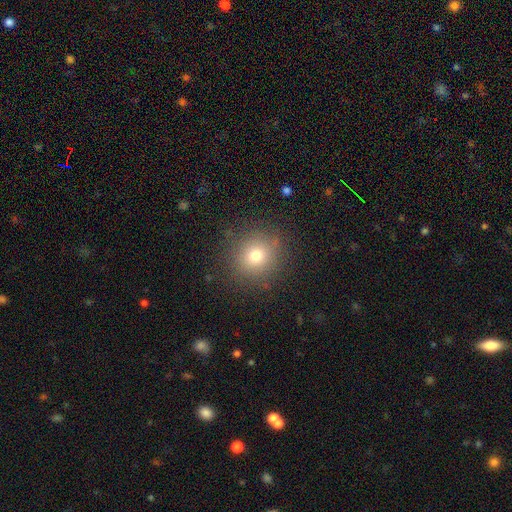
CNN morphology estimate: This appears to be a smooth galaxy with no disk features (74%) that is round (90%). Merging: none (87%).